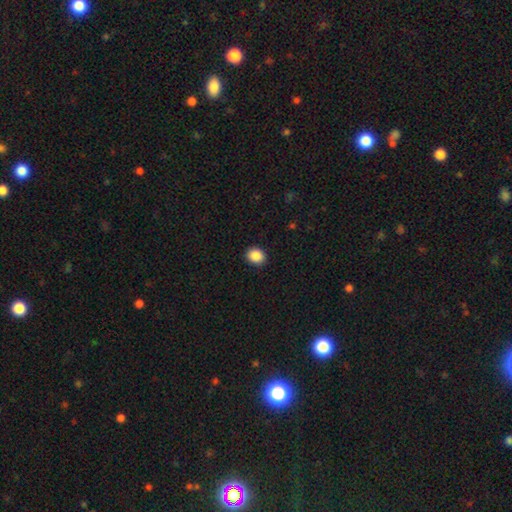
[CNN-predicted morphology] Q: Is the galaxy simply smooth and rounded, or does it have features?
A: smooth — 89%.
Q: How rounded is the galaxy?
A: round — 60%.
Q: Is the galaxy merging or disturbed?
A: none — 91%.